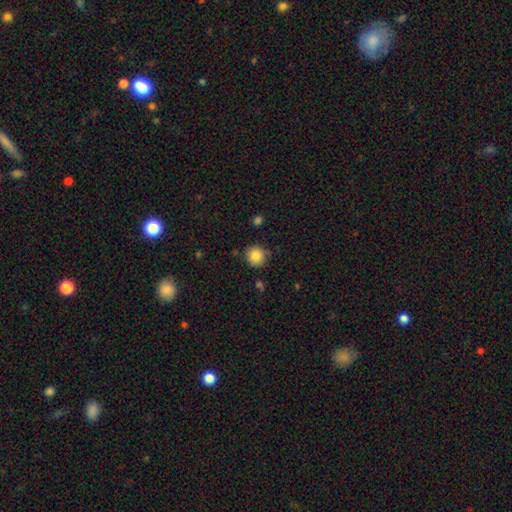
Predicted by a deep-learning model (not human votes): smooth_or_featured: smooth (p=0.84) [alt: star or artifact p=0.10]
how_rounded: round (p=0.92) [alt: in between p=0.07]
merging: none (p=0.83) [alt: minor disturbance p=0.12]